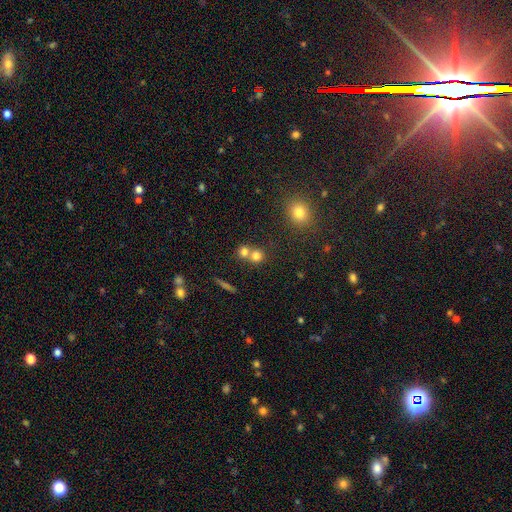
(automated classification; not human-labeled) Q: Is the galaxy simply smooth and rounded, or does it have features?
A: smooth — 75%.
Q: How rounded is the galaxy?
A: round — 86%.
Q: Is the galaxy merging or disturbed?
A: merger — 47%.